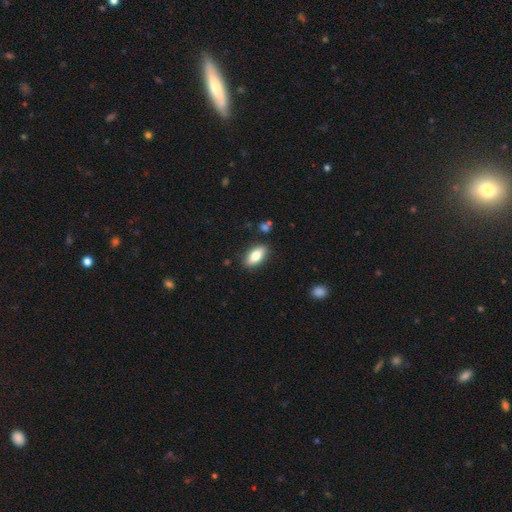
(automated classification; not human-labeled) A smooth galaxy with no disk features (78%) that is in between round and cigar-shaped (85%).

Vote fractions:
- Smooth or featured? smooth: 78% / featured or disk: 15% / star or artifact: 7%
- How rounded? in between: 85% / cigar-shaped: 12% / round: 3%
- Merging? none: 86% / minor disturbance: 10% / major disturbance: 2% / merger: 2%